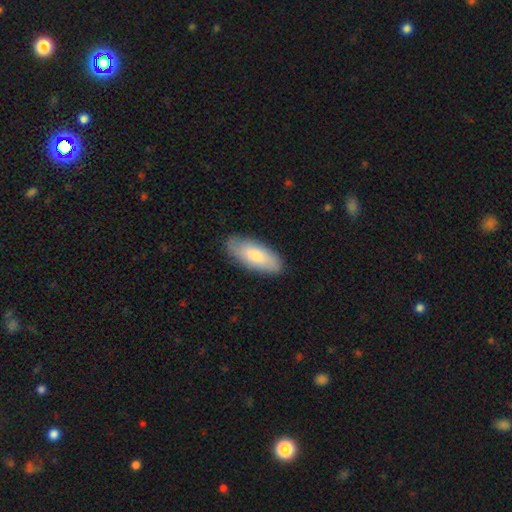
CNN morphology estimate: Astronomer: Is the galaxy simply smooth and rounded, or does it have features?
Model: smooth — 73%.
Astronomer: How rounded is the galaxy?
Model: in between — 83%.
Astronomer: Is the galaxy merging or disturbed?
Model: none — 85%.